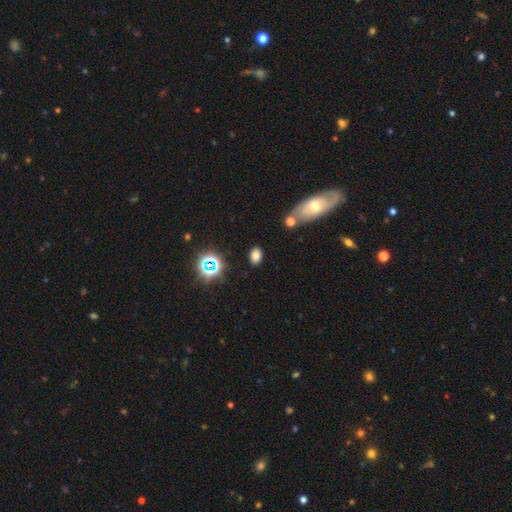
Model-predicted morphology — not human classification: smooth-or-featured: smooth: 76% | star or artifact: 16% | featured or disk: 8%
  how-rounded: in between: 80% | round: 19% | cigar-shaped: 2%
  merging: none: 84% | minor disturbance: 9% | merger: 3% | major disturbance: 3%